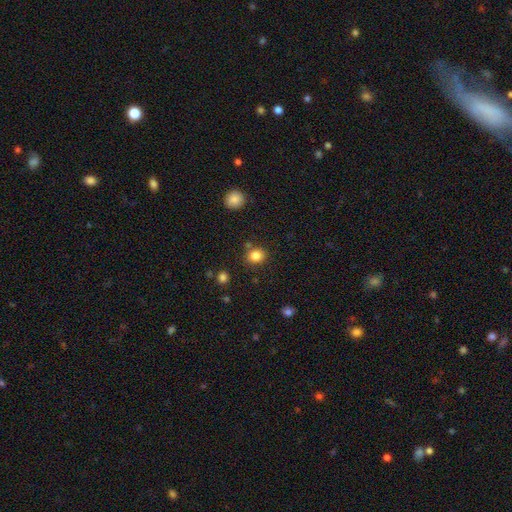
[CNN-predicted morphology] The model was most divided on "how rounded": round: 72%, in between: 27%, cigar-shaped: 1%. More confident: smooth or featured — smooth (84%); merging — none (82%).